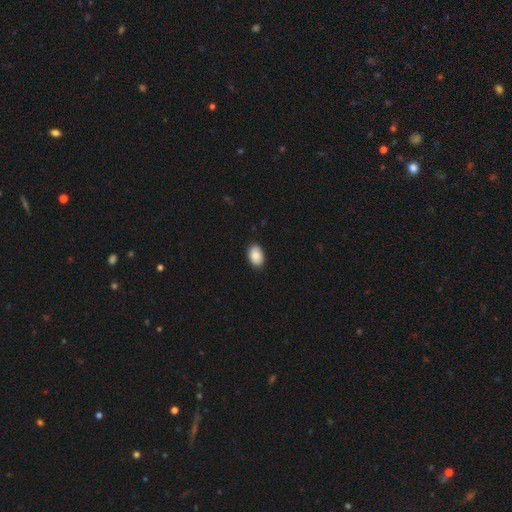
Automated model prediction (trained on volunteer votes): smooth 83%, featured or disk 10%, star or artifact 7%. Down the decision tree: how rounded — in between (86%); merging — none (87%).